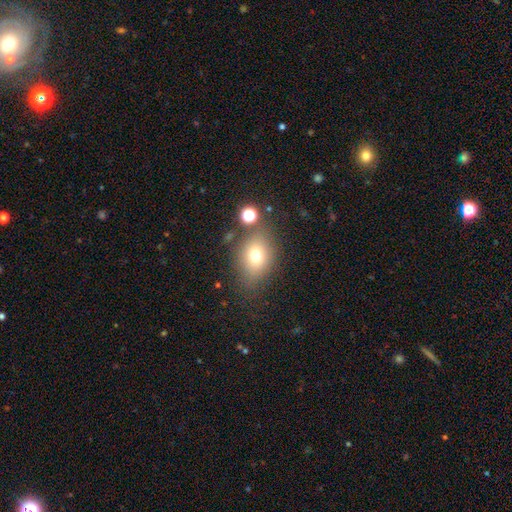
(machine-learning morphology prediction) Q: Smooth or featured?
A: smooth (72%); runner-up: star or artifact (14%)
Q: How rounded?
A: in between (62%); runner-up: round (36%)
Q: Merging?
A: none (71%); runner-up: minor disturbance (15%)